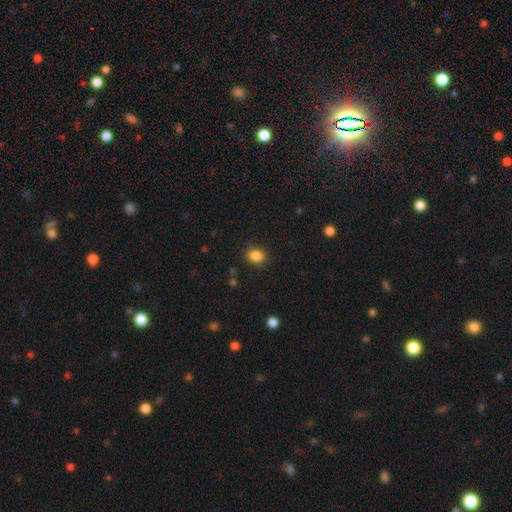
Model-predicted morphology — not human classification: The model was most divided on "how rounded": in between: 58%, round: 41%, cigar-shaped: 1%. More confident: smooth or featured — smooth (86%); merging — none (83%).